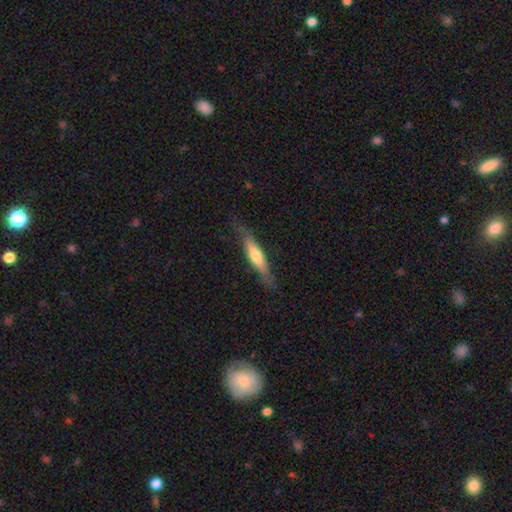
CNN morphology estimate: A smooth galaxy with no disk features (52%) that is cigar-shaped (78%).

Vote fractions:
- Smooth or featured? smooth: 52% / featured or disk: 43% / star or artifact: 5%
- How rounded? cigar-shaped: 78% / in between: 20% / round: 2%
- Merging? none: 75% / minor disturbance: 18% / major disturbance: 6% / merger: 1%